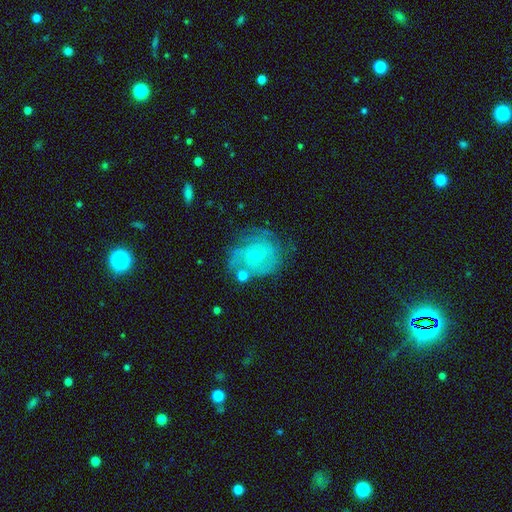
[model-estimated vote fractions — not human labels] smooth_or_featured: featured or disk (p=0.67) [alt: smooth p=0.24]
disk_edge_on: no (p=0.98) [alt: yes p=0.02]
bar: no (p=0.75) [alt: weak p=0.22]
has_spiral_arms: yes (p=0.82) [alt: no p=0.18]
spiral_winding: tight (p=0.57) [alt: medium p=0.32]
spiral_arm_count: can't tell (p=0.43) [alt: 3 p=0.19]
bulge_size: small (p=0.80) [alt: moderate p=0.13]
merging: none (p=0.56) [alt: minor disturbance p=0.23]